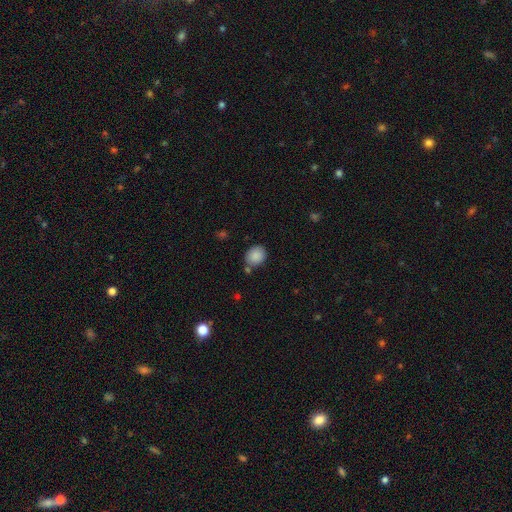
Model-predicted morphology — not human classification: type=smooth (87%); roundness=round (55%); merging=none (73%).